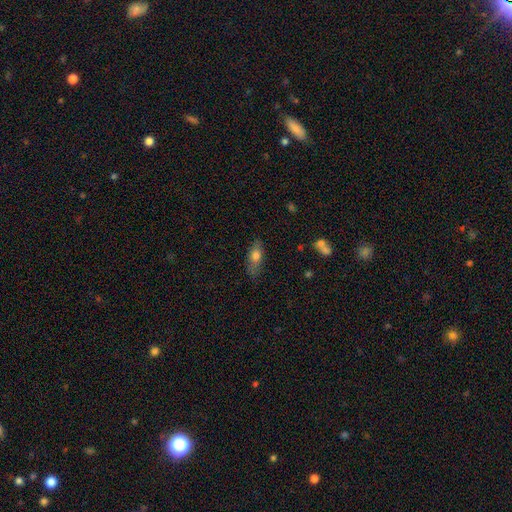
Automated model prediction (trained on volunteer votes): Morphology: type=smooth (71%); roundness=in between (69%); merging=none (73%).